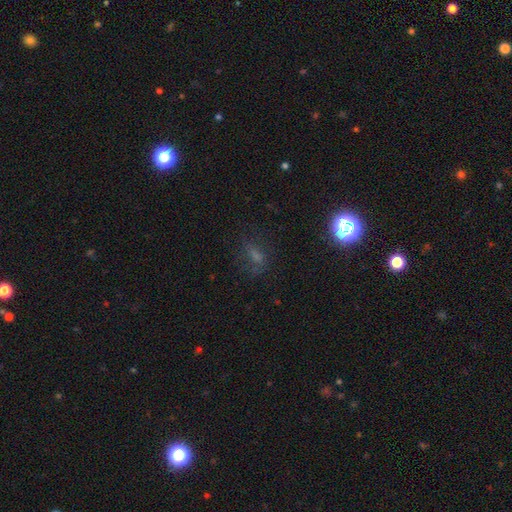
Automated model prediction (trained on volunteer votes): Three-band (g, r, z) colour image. It shows a smooth galaxy with no disk features (45%). Merging: none (62%).